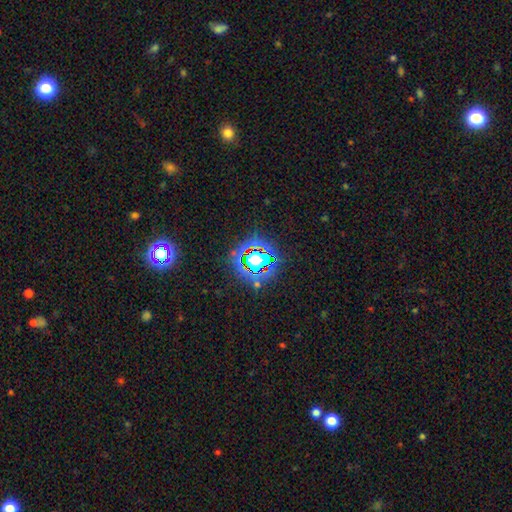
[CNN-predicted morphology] star or artifact 68%, smooth 20%, featured or disk 12%.